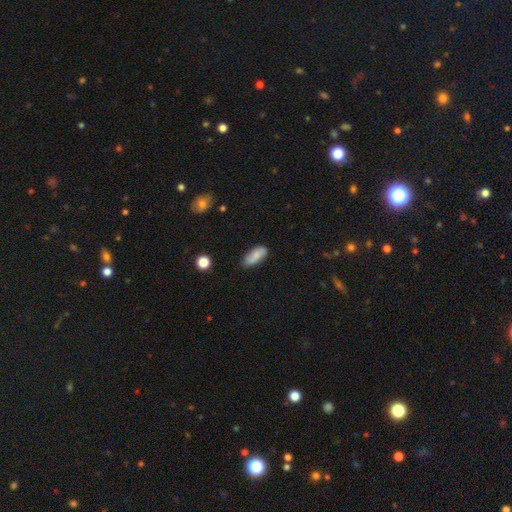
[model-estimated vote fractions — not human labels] Smooth or featured? smooth (79%)
How rounded? in between (82%)
Merging? none (75%)